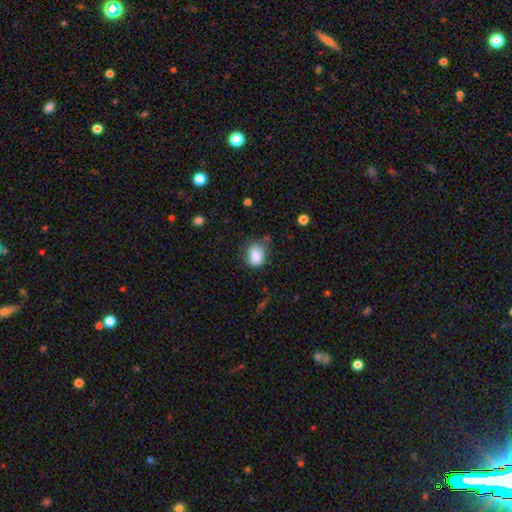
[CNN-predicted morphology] smooth 84%, star or artifact 9%, featured or disk 7%. Down the decision tree: how rounded — in between (58%); merging — none (63%).